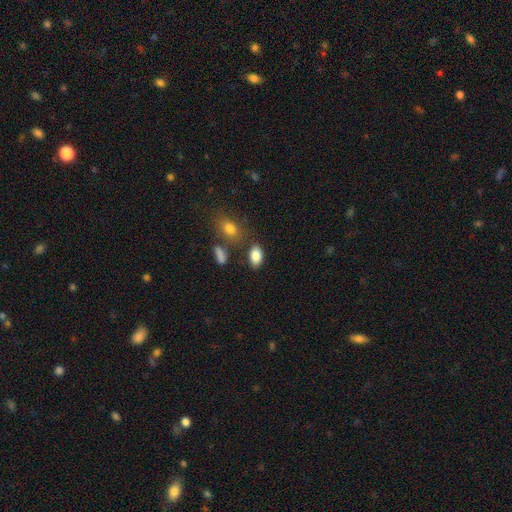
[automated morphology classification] smooth 85%, star or artifact 8%, featured or disk 7%. Down the decision tree: how rounded — in between (90%); merging — none (73%).